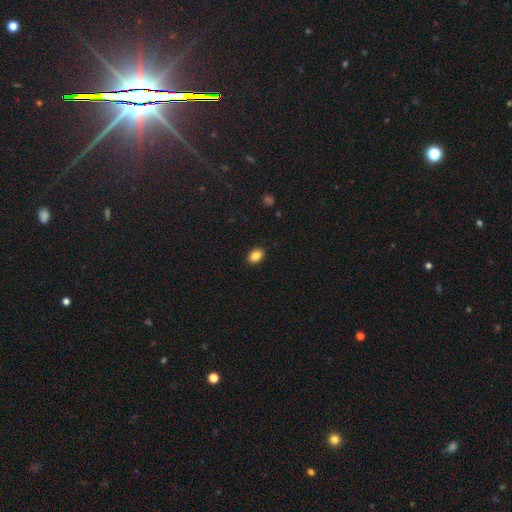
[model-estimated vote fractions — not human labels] smooth_or_featured: smooth (p=0.86) [alt: star or artifact p=0.09]
how_rounded: in between (p=0.75) [alt: round p=0.24]
merging: none (p=0.90) [alt: minor disturbance p=0.07]